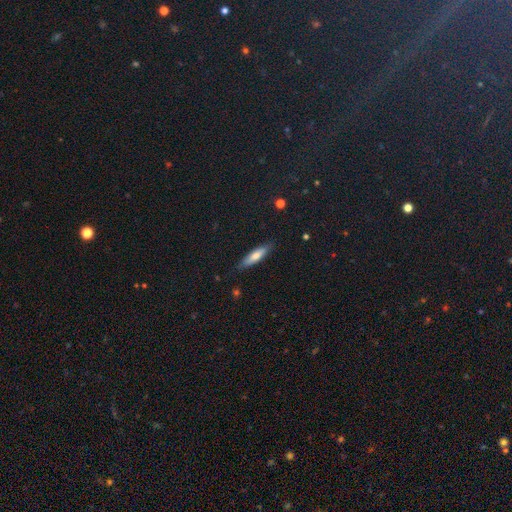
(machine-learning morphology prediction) smooth-or-featured: smooth: 65% | featured or disk: 28% | star or artifact: 7%
  how-rounded: cigar-shaped: 69% | in between: 29% | round: 2%
  merging: none: 82% | minor disturbance: 14% | major disturbance: 2% | merger: 1%